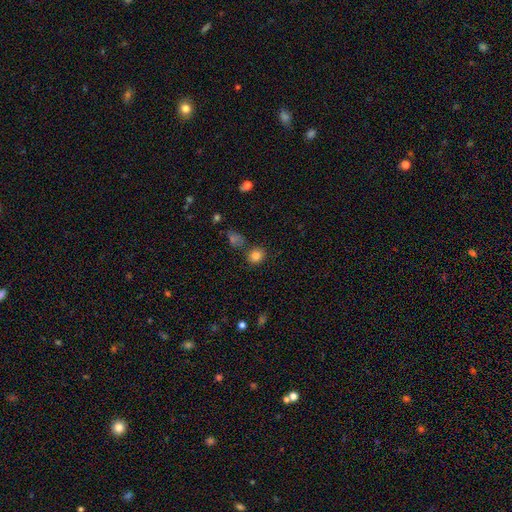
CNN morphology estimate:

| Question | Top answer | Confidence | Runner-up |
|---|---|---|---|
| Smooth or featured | smooth | 83% | star or artifact (12%) |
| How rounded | round | 80% | in between (19%) |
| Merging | none | 77% | minor disturbance (11%) |